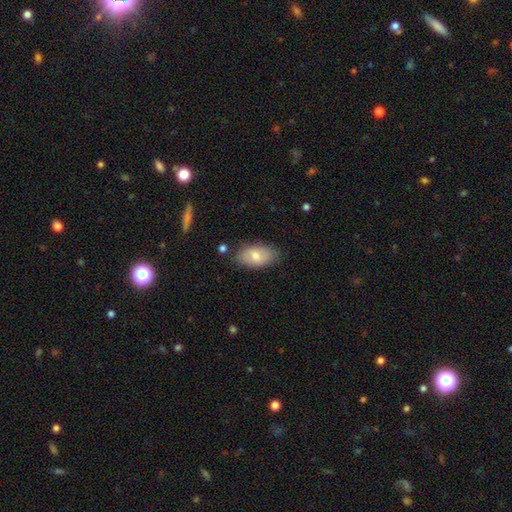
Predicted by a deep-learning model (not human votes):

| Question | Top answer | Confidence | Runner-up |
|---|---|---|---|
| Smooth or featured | smooth | 71% | featured or disk (22%) |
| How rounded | in between | 93% | round (4%) |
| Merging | none | 82% | minor disturbance (14%) |